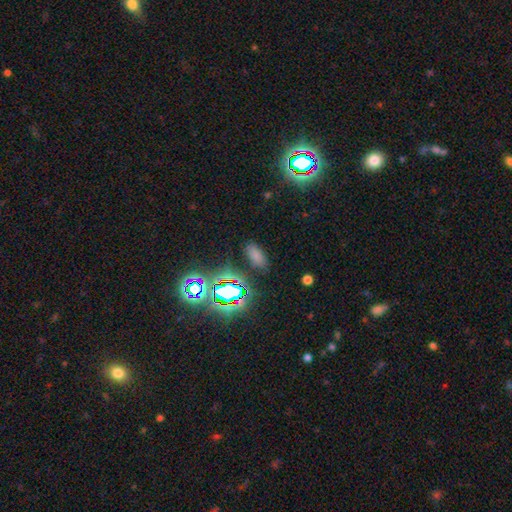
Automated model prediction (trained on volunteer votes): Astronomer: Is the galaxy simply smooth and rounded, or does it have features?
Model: smooth — 66%.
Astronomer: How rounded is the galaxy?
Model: in between — 87%.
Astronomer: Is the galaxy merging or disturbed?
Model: none — 82%.